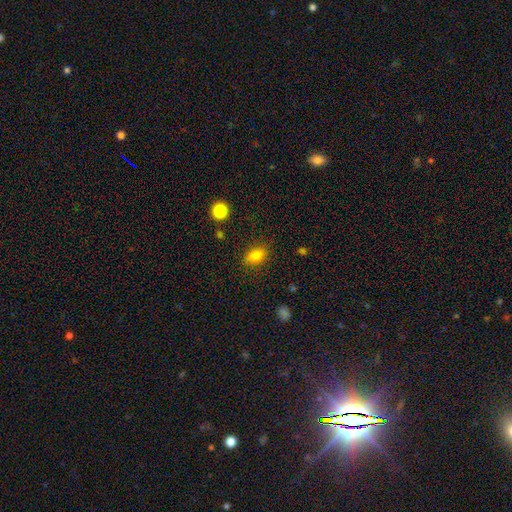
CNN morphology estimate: A smooth galaxy with no disk features (84%) that is in between round and cigar-shaped (85%).

Vote fractions:
- Smooth or featured? smooth: 84% / star or artifact: 9% / featured or disk: 6%
- How rounded? in between: 85% / round: 12% / cigar-shaped: 3%
- Merging? none: 85% / minor disturbance: 10% / major disturbance: 3% / merger: 1%